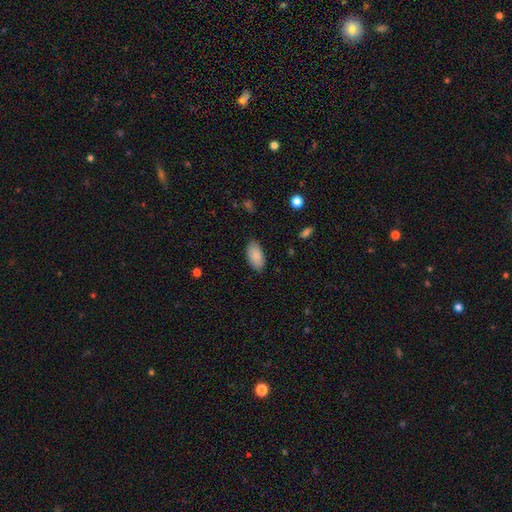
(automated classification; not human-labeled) Morphology: type=smooth (88%); roundness=in between (95%); merging=none (84%).